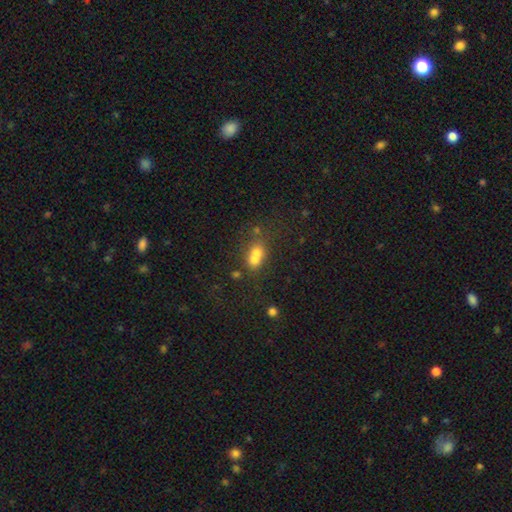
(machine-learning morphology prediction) This appears to be a smooth galaxy with no disk features (66%) that is in between round and cigar-shaped (52%). Merging: merger (60%).